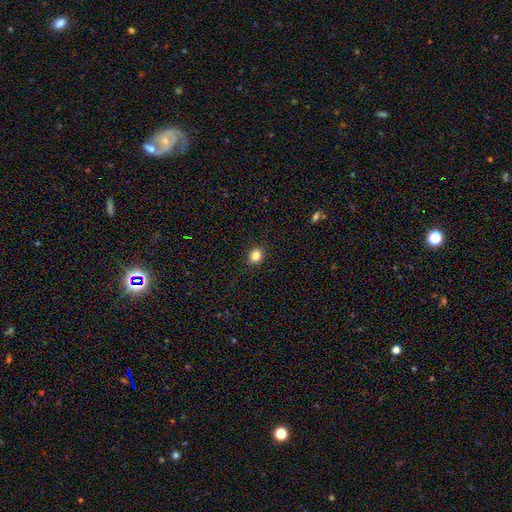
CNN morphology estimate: Smooth or featured? smooth (84%)
How rounded? round (69%)
Merging? none (90%)